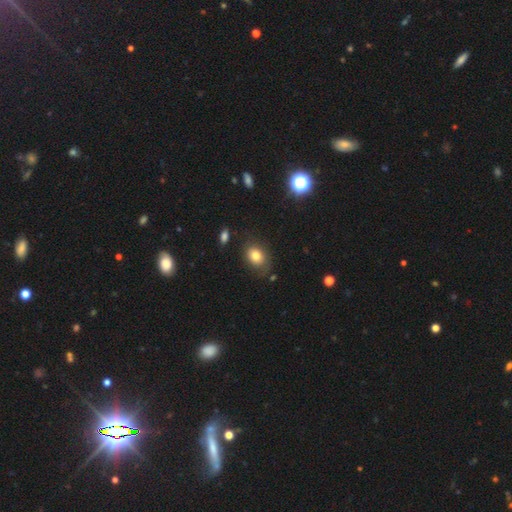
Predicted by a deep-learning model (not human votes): Q: Smooth or featured?
A: smooth (79%); runner-up: featured or disk (11%)
Q: How rounded?
A: in between (61%); runner-up: round (38%)
Q: Merging?
A: none (74%); runner-up: minor disturbance (18%)